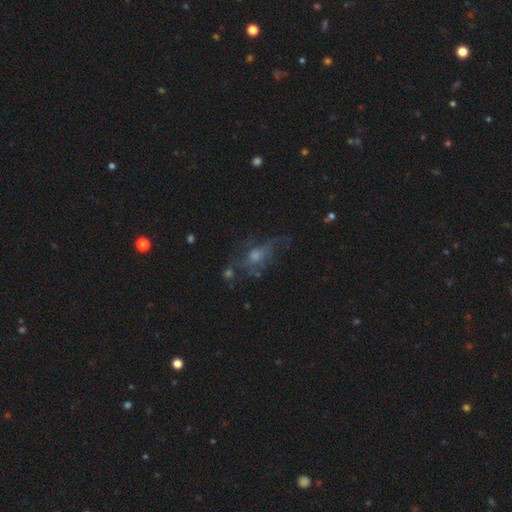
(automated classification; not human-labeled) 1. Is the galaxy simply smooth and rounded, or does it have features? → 49% featured or disk, 29% smooth, 22% star or artifact.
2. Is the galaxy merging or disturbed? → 45% none, 29% major disturbance, 21% minor disturbance, 5% merger.